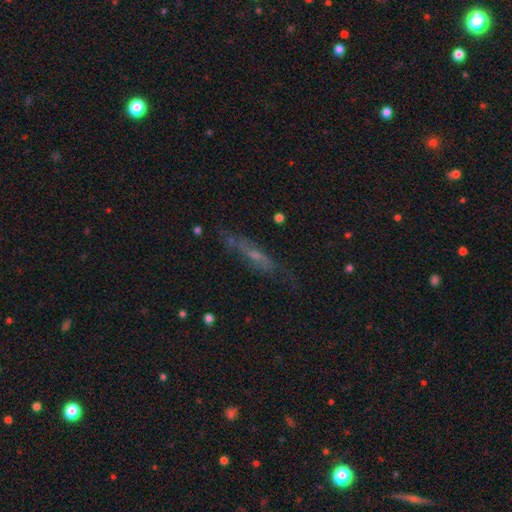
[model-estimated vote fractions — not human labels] Morphology: type=featured or disk (54%); edge-on=yes (57%); merging=none (64%).